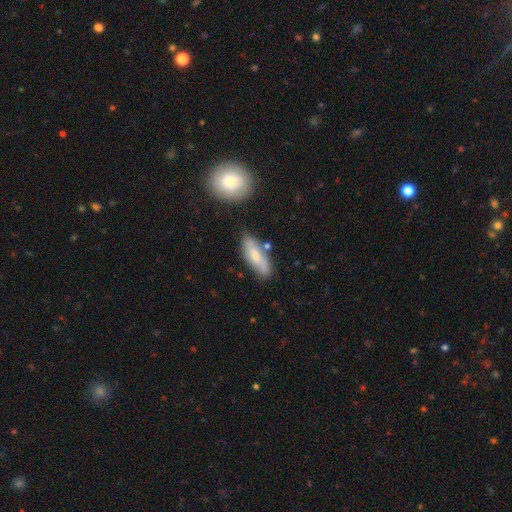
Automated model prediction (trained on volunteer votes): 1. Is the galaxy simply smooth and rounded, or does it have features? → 57% smooth, 36% featured or disk, 6% star or artifact.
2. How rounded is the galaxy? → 65% in between, 33% cigar-shaped, 3% round.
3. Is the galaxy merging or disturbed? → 71% none, 18% minor disturbance, 7% merger, 4% major disturbance.